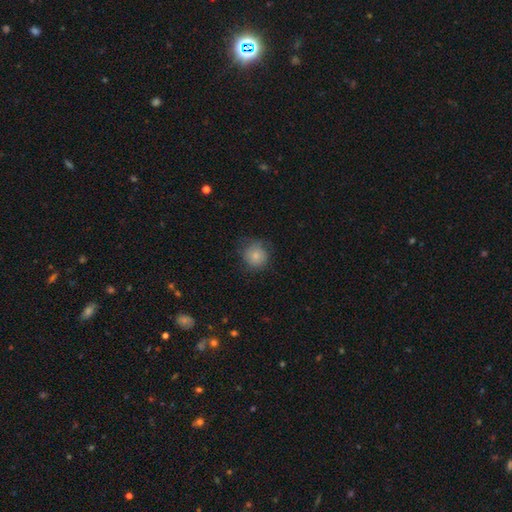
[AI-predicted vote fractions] smooth 80%, featured or disk 12%, star or artifact 8%. Down the decision tree: how rounded — round (88%); merging — none (67%).